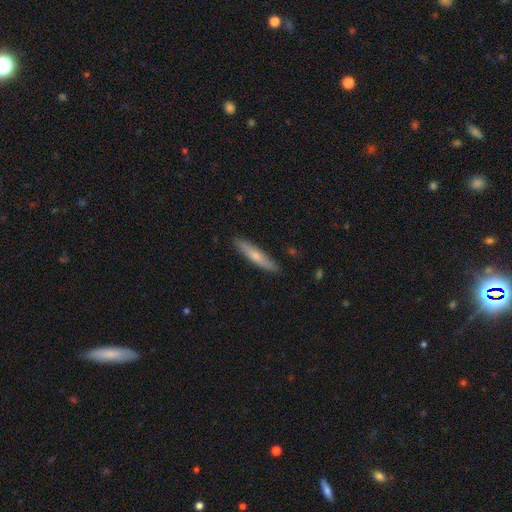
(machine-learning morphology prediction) Smooth or featured? Predicted: smooth (p=0.62). How rounded? Predicted: cigar-shaped (p=0.89). Merging? Predicted: none (p=0.89).